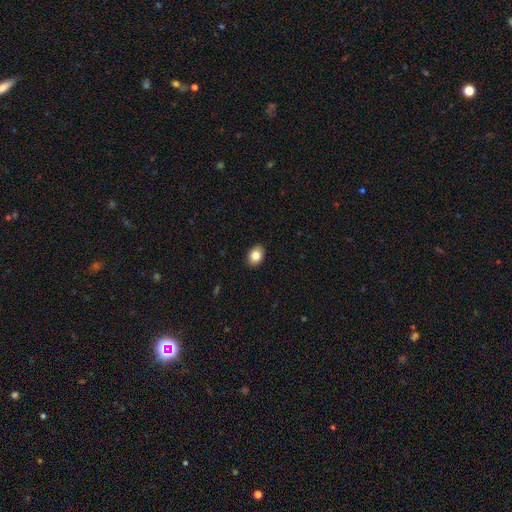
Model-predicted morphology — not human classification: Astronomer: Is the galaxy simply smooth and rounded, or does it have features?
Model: smooth — 84%.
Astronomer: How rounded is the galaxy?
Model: in between — 74%.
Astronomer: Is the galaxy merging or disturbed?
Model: none — 90%.